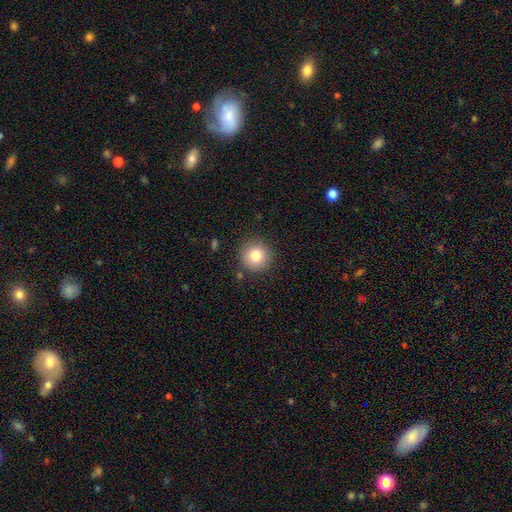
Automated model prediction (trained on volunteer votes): Smooth or featured: smooth — 81% (star or artifact — 11%)
How rounded: round — 94% (in between — 5%)
Merging: none — 88% (minor disturbance — 8%)